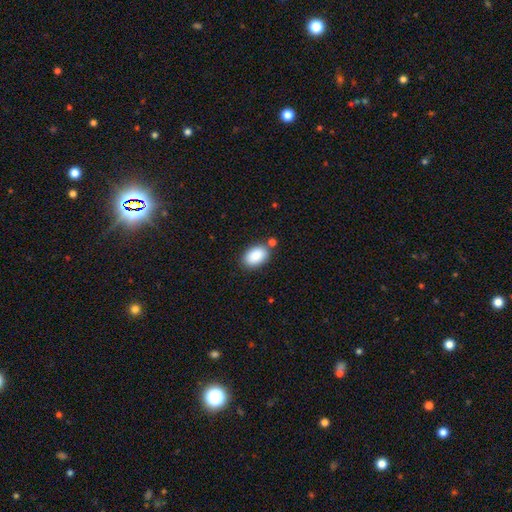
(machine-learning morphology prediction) smooth-or-featured: smooth: 89% | star or artifact: 7% | featured or disk: 4%
  how-rounded: in between: 92% | round: 7% | cigar-shaped: 1%
  merging: none: 77% | minor disturbance: 12% | merger: 8% | major disturbance: 3%